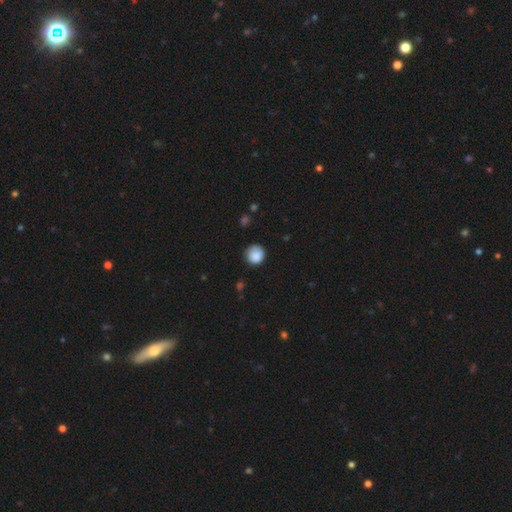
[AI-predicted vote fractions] Overall: smooth (87%). How rounded: round (91%). Merging: none (78%).